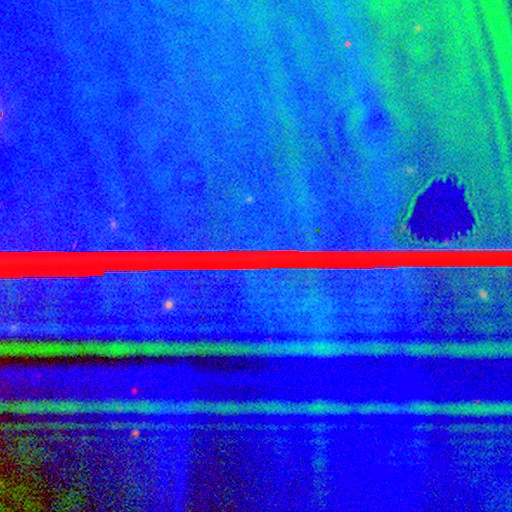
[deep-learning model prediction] Q: Smooth or featured?
A: star or artifact (88%); runner-up: featured or disk (6%)